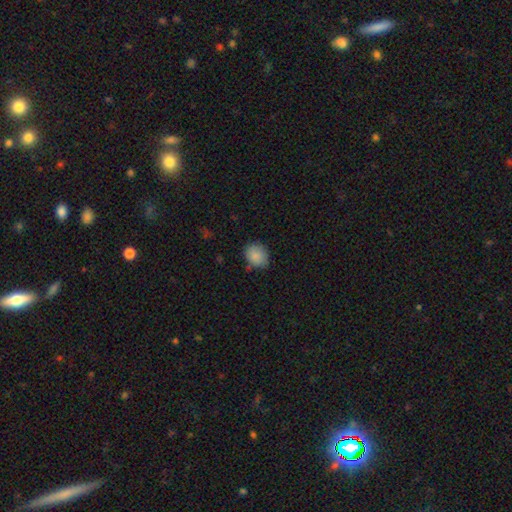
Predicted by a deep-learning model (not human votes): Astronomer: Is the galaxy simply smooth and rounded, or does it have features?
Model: smooth — 86%.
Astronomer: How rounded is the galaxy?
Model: round — 66%.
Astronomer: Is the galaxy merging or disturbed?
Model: none — 74%.